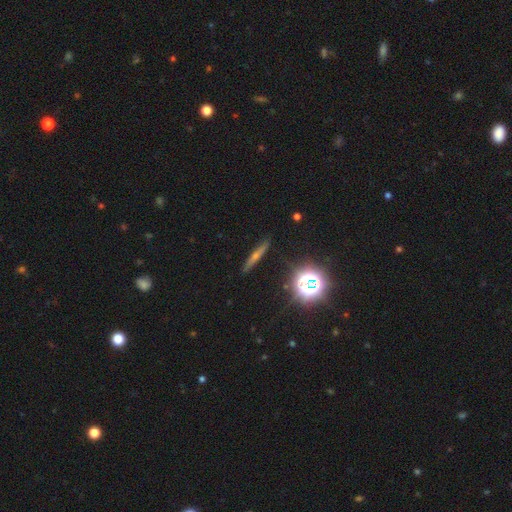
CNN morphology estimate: Smooth or featured: featured or disk — 48% (smooth — 31%)
Merging: none — 90% (minor disturbance — 7%)